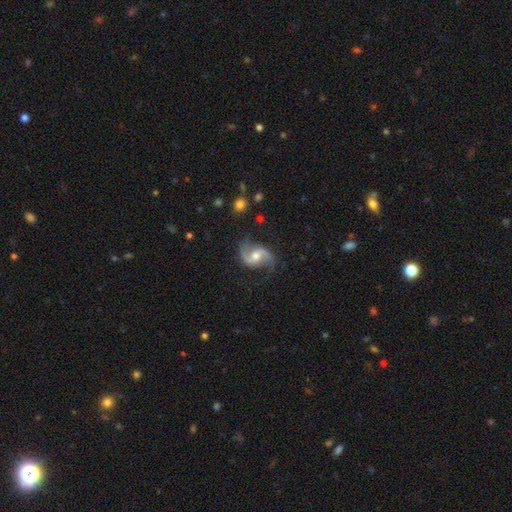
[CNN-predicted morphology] Smooth or featured? Predicted: featured or disk (p=0.89). Edge-on disk? Predicted: no (p=0.98). Bar? Predicted: weak (p=0.43). Spiral arms? Predicted: yes (p=0.97). Spiral winding? Predicted: loose (p=0.59). Spiral arm count? Predicted: 2 (p=0.94). Bulge size? Predicted: moderate (p=0.72). Merging? Predicted: none (p=0.77).